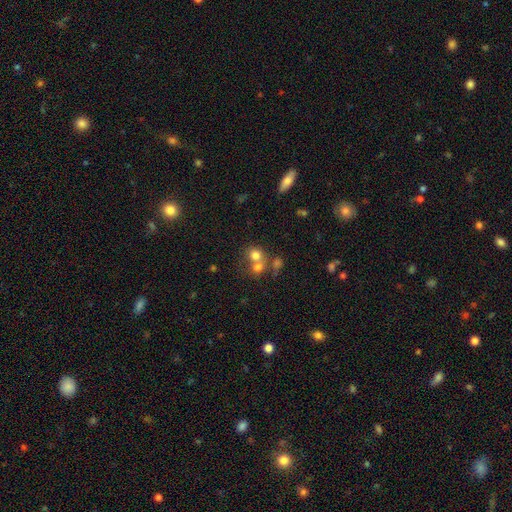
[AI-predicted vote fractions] Smooth or featured? smooth (72%)
How rounded? round (79%)
Merging? merger (51%)